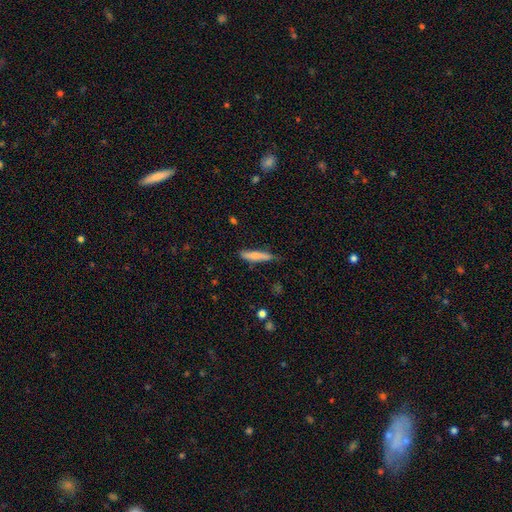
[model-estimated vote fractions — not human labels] smooth_or_featured: smooth (p=0.76) [alt: featured or disk p=0.18]
how_rounded: cigar-shaped (p=0.86) [alt: in between p=0.12]
merging: none (p=0.72) [alt: minor disturbance p=0.22]